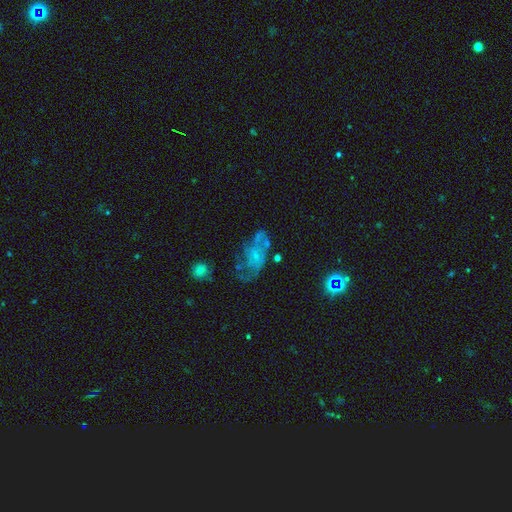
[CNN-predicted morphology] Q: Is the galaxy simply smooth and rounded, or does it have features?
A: featured or disk — 63%.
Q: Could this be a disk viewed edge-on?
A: no — 96%.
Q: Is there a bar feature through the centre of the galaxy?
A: no — 74%.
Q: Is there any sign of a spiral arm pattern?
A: yes — 65%.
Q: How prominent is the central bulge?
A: small — 62%.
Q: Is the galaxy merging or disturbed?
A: none — 40%.